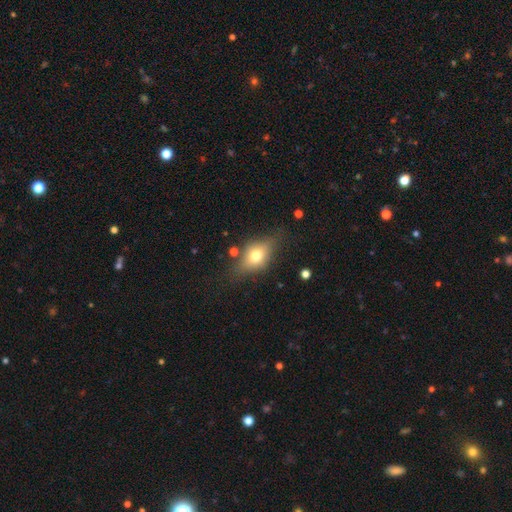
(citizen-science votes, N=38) A smooth galaxy with no disk features (74%) that is in between round and cigar-shaped (82%). Merging: none (59%).